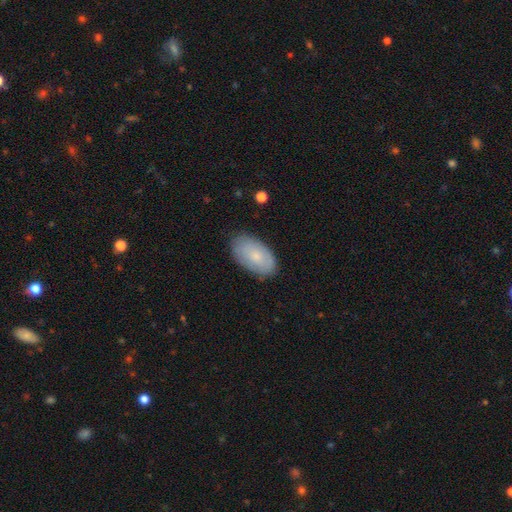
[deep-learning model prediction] Smooth or featured: smooth — 71% (featured or disk — 22%)
How rounded: in between — 94% (round — 4%)
Merging: none — 81% (minor disturbance — 15%)